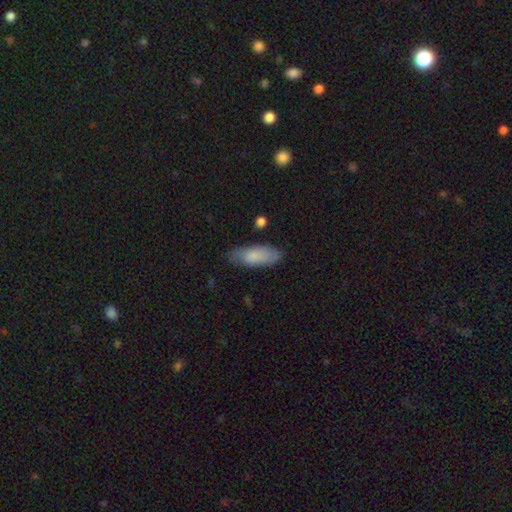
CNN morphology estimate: smooth-or-featured: smooth: 80% | featured or disk: 14% | star or artifact: 6%
  how-rounded: in between: 71% | cigar-shaped: 27% | round: 2%
  merging: none: 75% | minor disturbance: 19% | major disturbance: 4% | merger: 2%